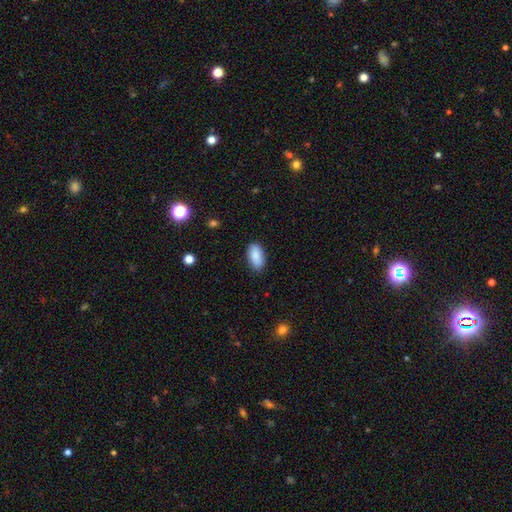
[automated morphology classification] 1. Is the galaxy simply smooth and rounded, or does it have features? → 87% smooth, 7% featured or disk, 6% star or artifact.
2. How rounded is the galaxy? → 93% in between, 5% cigar-shaped, 3% round.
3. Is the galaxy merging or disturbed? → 85% none, 12% minor disturbance, 2% major disturbance, 1% merger.